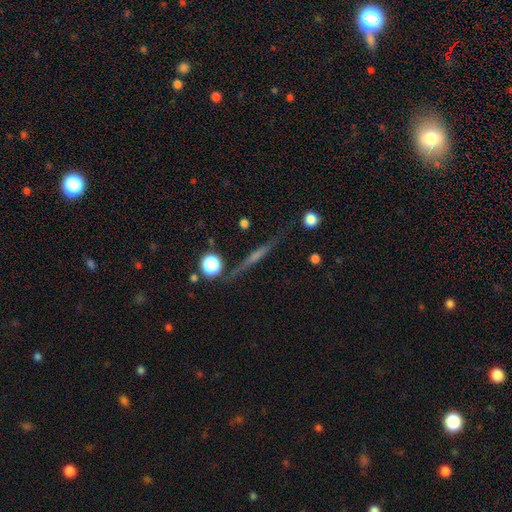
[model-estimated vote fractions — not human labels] Smooth or featured? Predicted: featured or disk (p=0.55). Edge-on disk? Predicted: yes (p=0.87). Merging? Predicted: none (p=0.79).